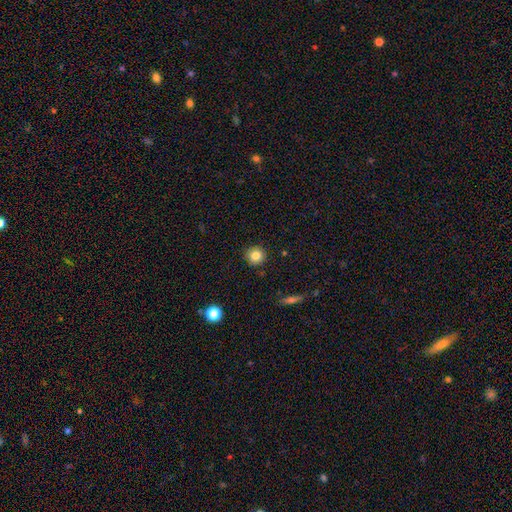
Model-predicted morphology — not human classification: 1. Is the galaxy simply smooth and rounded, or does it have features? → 82% smooth, 11% star or artifact, 7% featured or disk.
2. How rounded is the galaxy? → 93% round, 6% in between, 1% cigar-shaped.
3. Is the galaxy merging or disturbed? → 90% none, 7% minor disturbance, 2% major disturbance, 1% merger.